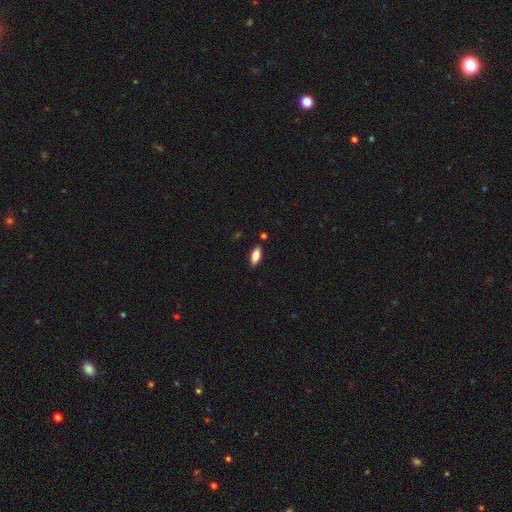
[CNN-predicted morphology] type=smooth (84%); roundness=in between (82%); merging=none (85%).